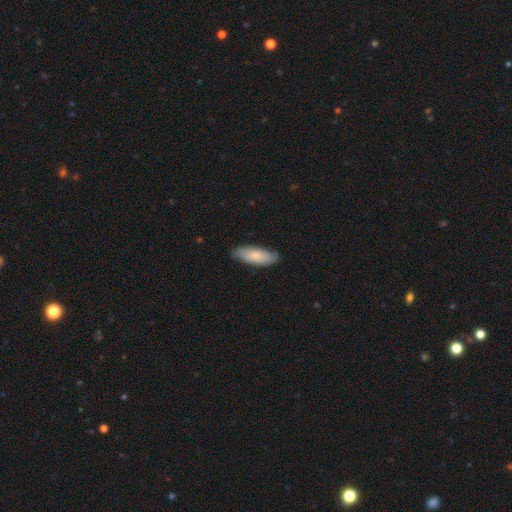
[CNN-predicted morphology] A smooth galaxy with no disk features (81%) that is in between round and cigar-shaped (64%).

Vote fractions:
- Smooth or featured? smooth: 81% / featured or disk: 14% / star or artifact: 5%
- How rounded? in between: 64% / cigar-shaped: 34% / round: 2%
- Merging? none: 82% / minor disturbance: 15% / major disturbance: 2% / merger: 1%